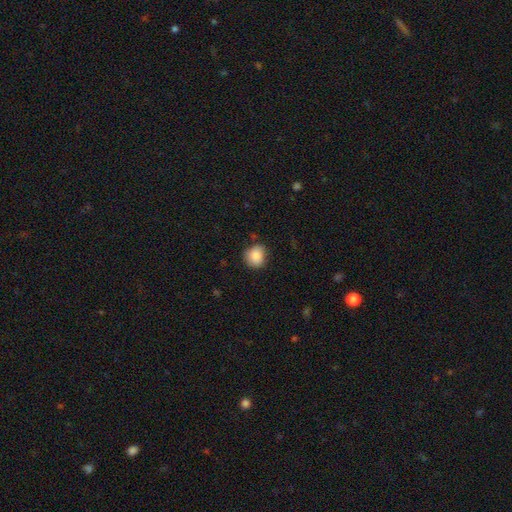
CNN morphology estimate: type=smooth (87%); roundness=round (77%); merging=none (77%).